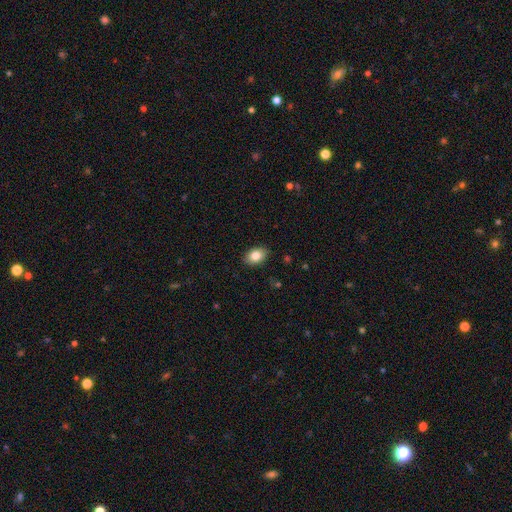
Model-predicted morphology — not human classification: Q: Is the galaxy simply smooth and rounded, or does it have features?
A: smooth — 84%.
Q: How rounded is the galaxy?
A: in between — 85%.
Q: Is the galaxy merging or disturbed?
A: none — 88%.